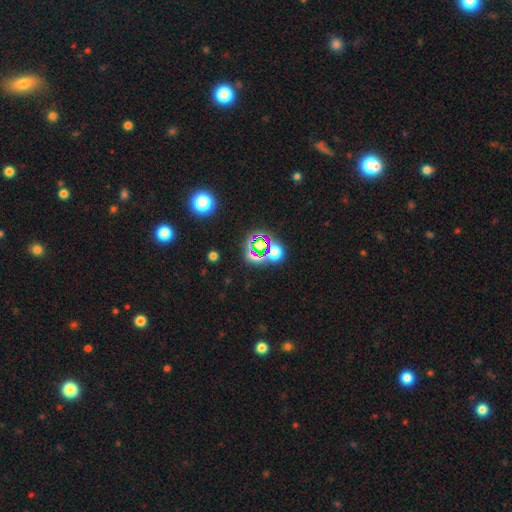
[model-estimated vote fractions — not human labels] smooth-or-featured: star or artifact: 59% | smooth: 30% | featured or disk: 10%